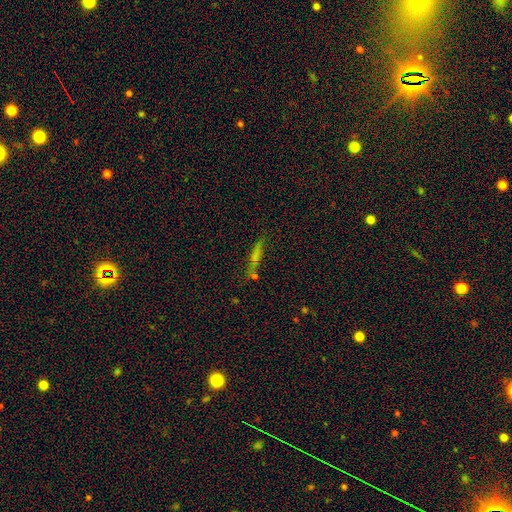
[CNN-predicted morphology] Overall: smooth (51%; featured or disk 31%). How rounded: cigar-shaped (85%). Merging: none (71%).